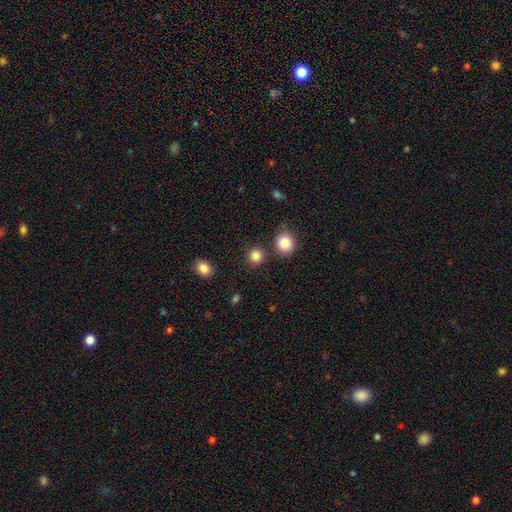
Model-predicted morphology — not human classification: smooth_or_featured: smooth (p=0.86) [alt: star or artifact p=0.10]
how_rounded: round (p=0.90) [alt: in between p=0.09]
merging: none (p=0.83) [alt: merger p=0.08]